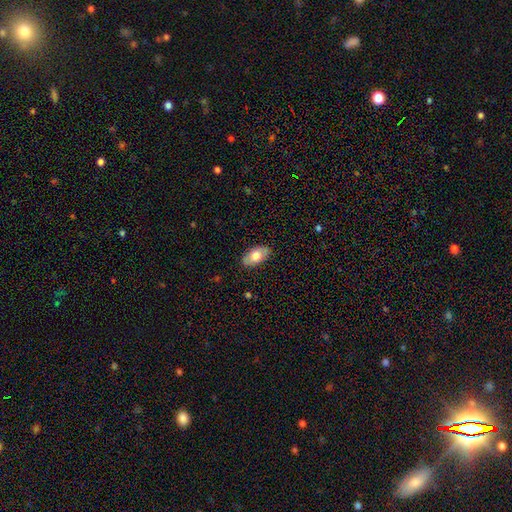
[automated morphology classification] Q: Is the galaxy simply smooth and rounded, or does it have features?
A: smooth — 70%.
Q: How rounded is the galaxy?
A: in between — 93%.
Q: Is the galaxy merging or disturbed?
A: none — 85%.